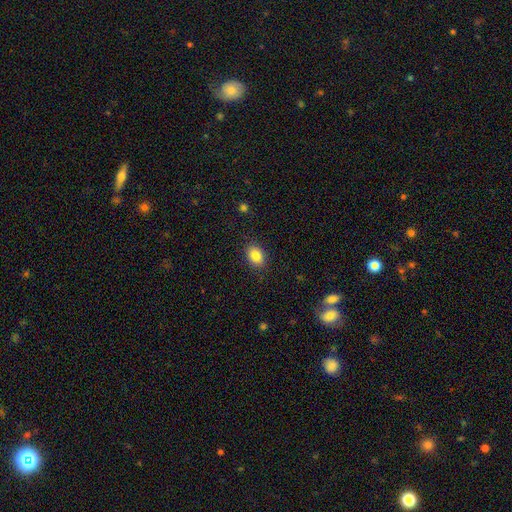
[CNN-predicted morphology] smooth-or-featured: smooth: 85% | star or artifact: 9% | featured or disk: 6%
  how-rounded: in between: 72% | round: 27% | cigar-shaped: 1%
  merging: none: 88% | minor disturbance: 9% | major disturbance: 2% | merger: 1%